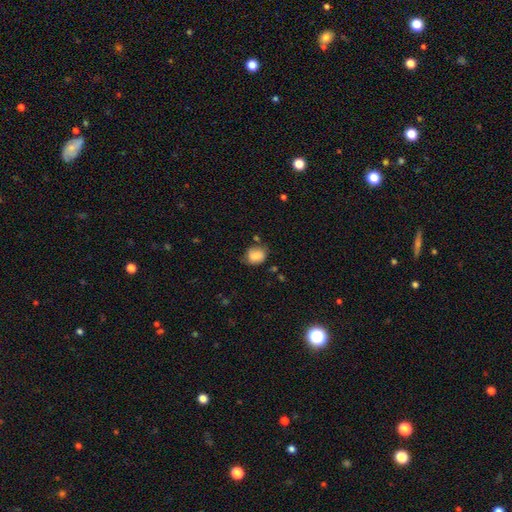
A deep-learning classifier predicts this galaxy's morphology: smooth-or-featured: smooth: 81% | featured or disk: 11% | star or artifact: 9%
  how-rounded: round: 57% | in between: 42% | cigar-shaped: 1%
  merging: none: 64% | minor disturbance: 25% | major disturbance: 7% | merger: 4%